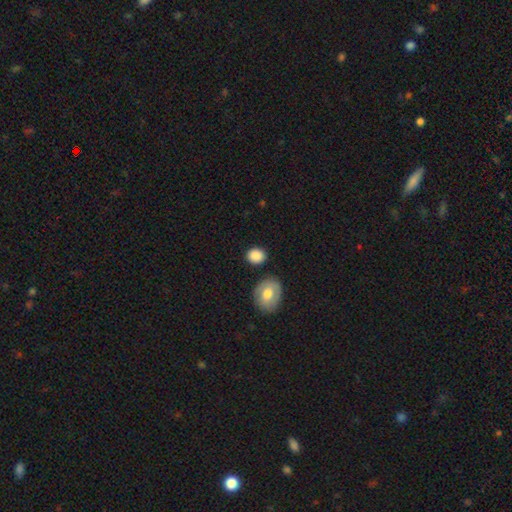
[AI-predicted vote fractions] A smooth galaxy with no disk features (88%) that is round (66%). Merging: none (82%).